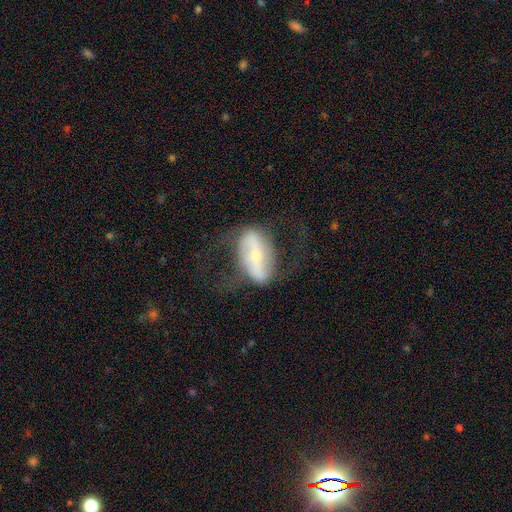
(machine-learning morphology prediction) This appears to be a featured or disk galaxy (78%) with a strong bar (68%), 2 (87%) loose (63%) spiral arms (75%) and a small central bulge (61%). Merging: none (58%).